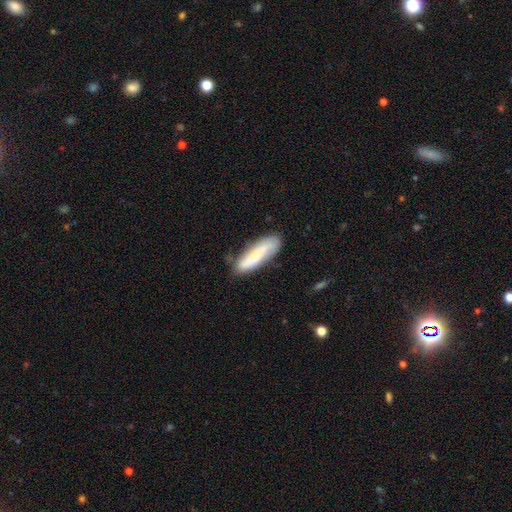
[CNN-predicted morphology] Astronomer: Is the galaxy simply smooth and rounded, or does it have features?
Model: smooth — 51% (runner-up: featured or disk, 42%).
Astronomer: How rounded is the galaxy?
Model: cigar-shaped — 57% (runner-up: in between, 41%).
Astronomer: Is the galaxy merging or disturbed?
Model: none — 74%.